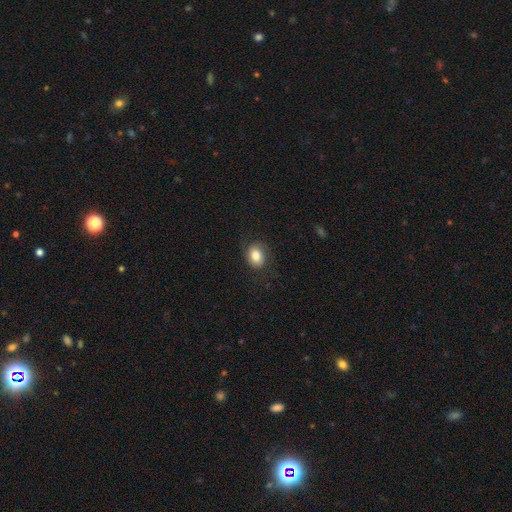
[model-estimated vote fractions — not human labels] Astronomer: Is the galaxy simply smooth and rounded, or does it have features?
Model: smooth — 81%.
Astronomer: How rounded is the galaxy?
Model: in between — 57% (runner-up: round, 42%).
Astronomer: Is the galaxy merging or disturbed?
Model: none — 77%.